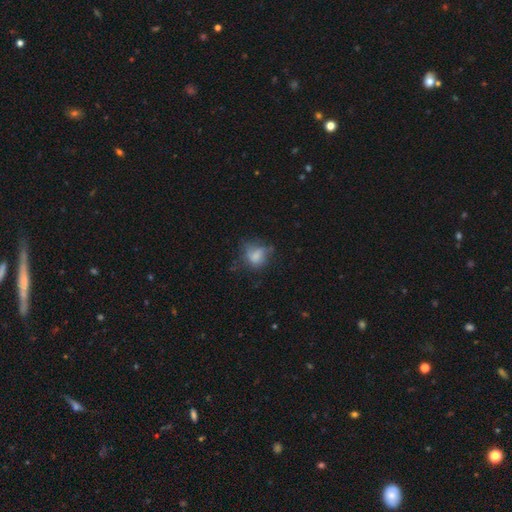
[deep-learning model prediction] Morphology: type=smooth (62%); roundness=round (50%); merging=none (40%).